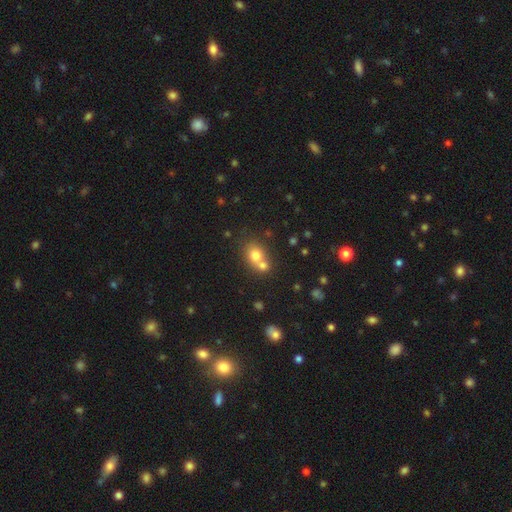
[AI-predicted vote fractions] Morphology: type=smooth (74%); roundness=round (61%); merging=merger (56%).